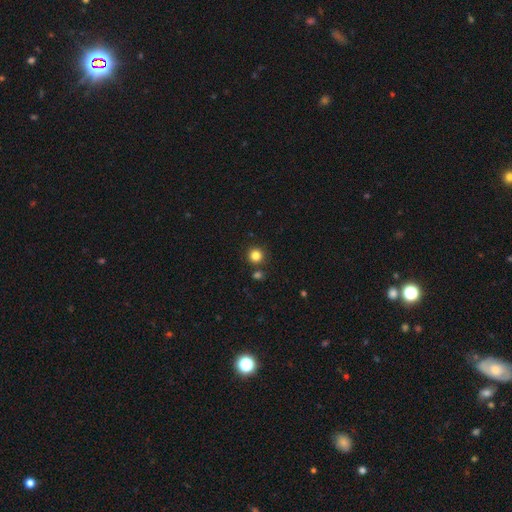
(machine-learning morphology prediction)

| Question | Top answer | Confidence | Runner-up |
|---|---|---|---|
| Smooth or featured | smooth | 83% | star or artifact (12%) |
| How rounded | round | 94% | in between (5%) |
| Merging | none | 84% | merger (7%) |